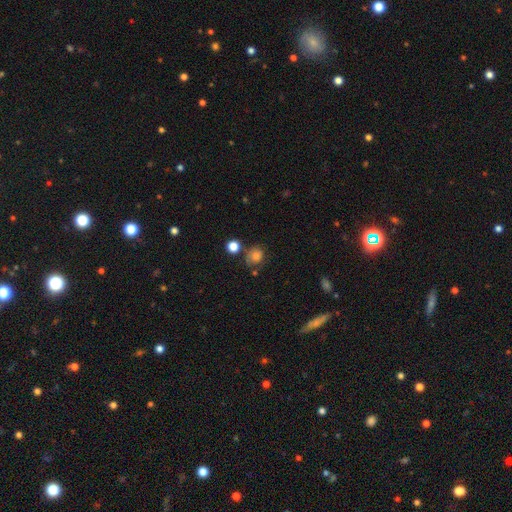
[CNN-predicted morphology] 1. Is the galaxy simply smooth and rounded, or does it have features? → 77% smooth, 14% star or artifact, 9% featured or disk.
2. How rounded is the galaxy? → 78% round, 21% in between, 1% cigar-shaped.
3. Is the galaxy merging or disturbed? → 67% none, 17% minor disturbance, 10% merger, 6% major disturbance.